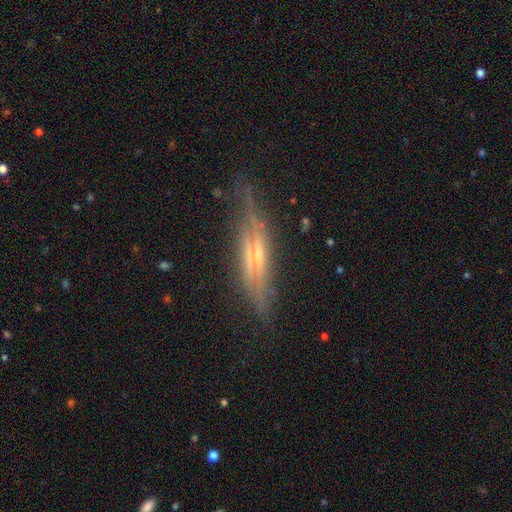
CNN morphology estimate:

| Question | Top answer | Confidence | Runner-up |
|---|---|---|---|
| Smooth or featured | featured or disk | 74% | smooth (17%) |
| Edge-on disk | yes | 91% | no (9%) |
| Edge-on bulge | rounded | 55% | none (27%) |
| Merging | none | 75% | minor disturbance (17%) |